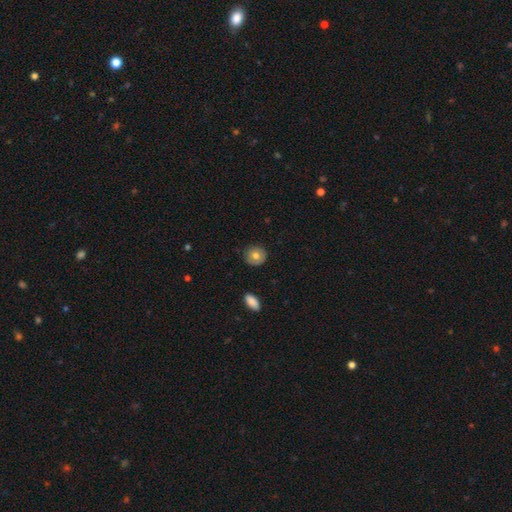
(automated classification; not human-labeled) This is likely a smooth galaxy (72%). How rounded: clearly round (87%). Merging: clearly none (85%).